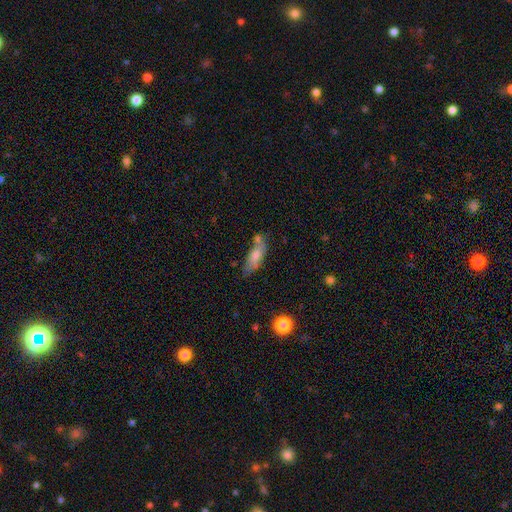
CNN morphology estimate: type=smooth (72%); roundness=in between (61%); merging=none (52%).